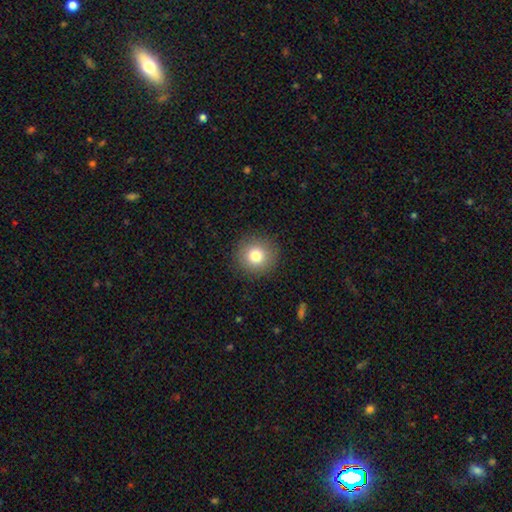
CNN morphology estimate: smooth-or-featured: smooth: 80% | star or artifact: 11% | featured or disk: 9%
  how-rounded: round: 94% | in between: 5% | cigar-shaped: 1%
  merging: none: 91% | minor disturbance: 6% | major disturbance: 2% | merger: 1%